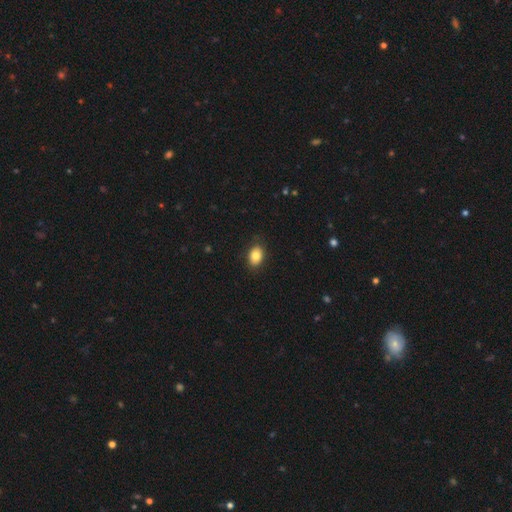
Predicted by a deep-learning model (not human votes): A smooth galaxy with no disk features (82%) that is in between round and cigar-shaped (76%). Merging: none (85%).